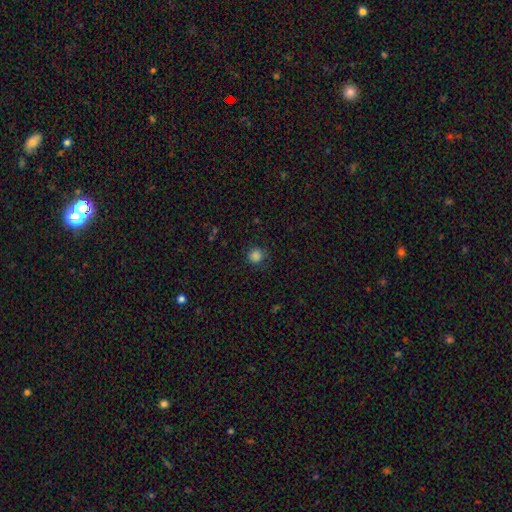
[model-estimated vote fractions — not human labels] smooth 84%, star or artifact 13%, featured or disk 3%. Down the decision tree: how rounded — round (93%); merging — none (85%).